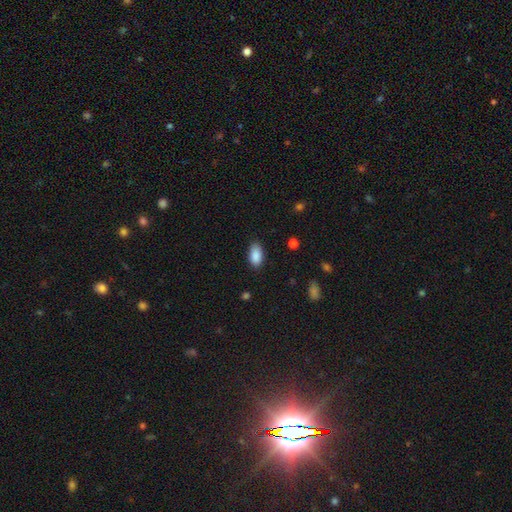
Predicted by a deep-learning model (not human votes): This is clearly a smooth galaxy (89%). How rounded: clearly in between (93%). Merging: clearly none (83%).